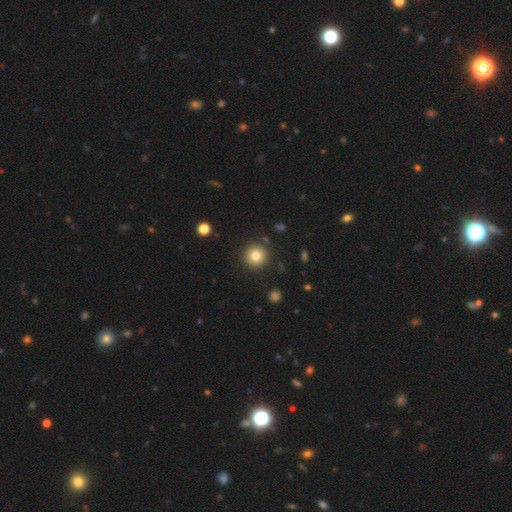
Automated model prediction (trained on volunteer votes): Morphology: type=smooth (81%); roundness=round (95%); merging=none (89%).